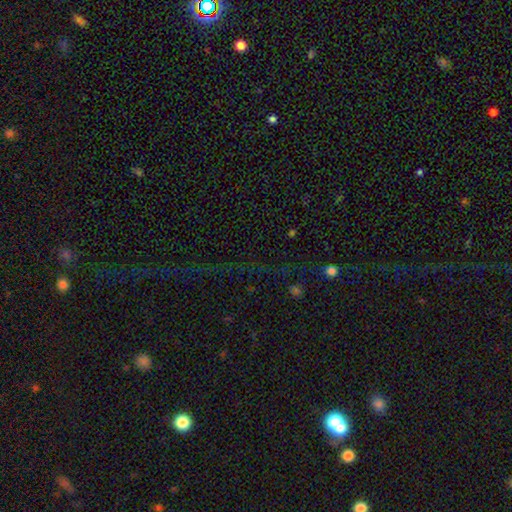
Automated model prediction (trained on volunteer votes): Smooth or featured? Predicted: star or artifact (p=0.69).